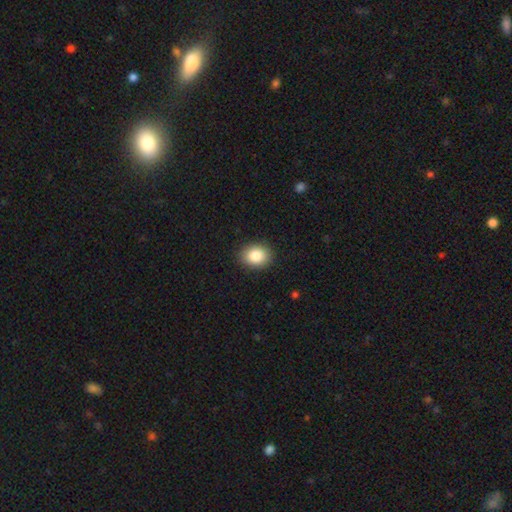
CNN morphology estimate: Q: Smooth or featured?
A: smooth (85%); runner-up: star or artifact (9%)
Q: How rounded?
A: in between (54%); runner-up: round (45%)
Q: Merging?
A: none (89%); runner-up: minor disturbance (8%)